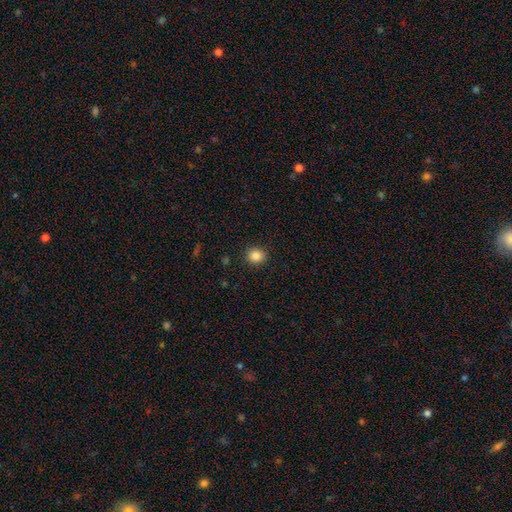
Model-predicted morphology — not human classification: This is clearly a smooth galaxy (85%). How rounded: clearly round (85%). Merging: clearly none (91%).